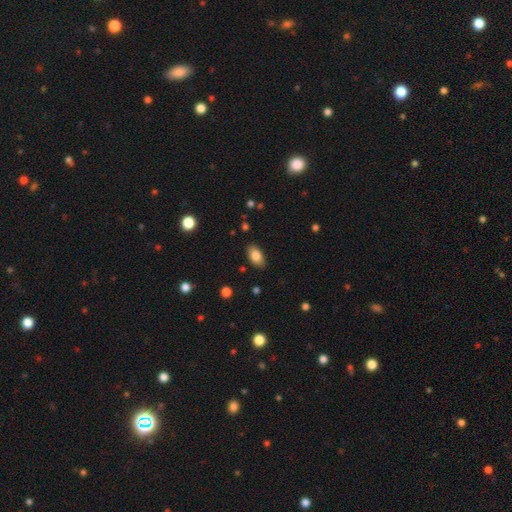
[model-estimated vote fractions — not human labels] Smooth or featured? smooth (83%)
How rounded? in between (92%)
Merging? none (85%)